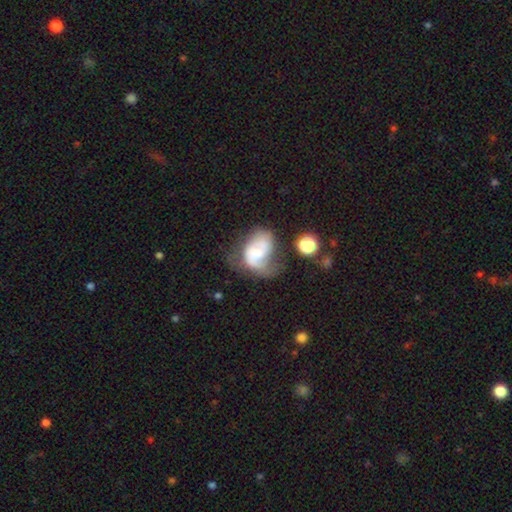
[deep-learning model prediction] This appears to be a featured or disk galaxy (55%) with no bar (65%), spiral arms (68%) and a moderate central bulge (29%, tied with small). Merging: major disturbance (41%).